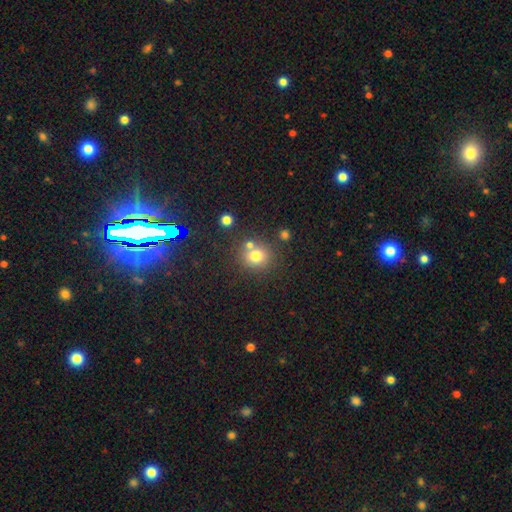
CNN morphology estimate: type=smooth (75%); roundness=round (86%); merging=none (68%).